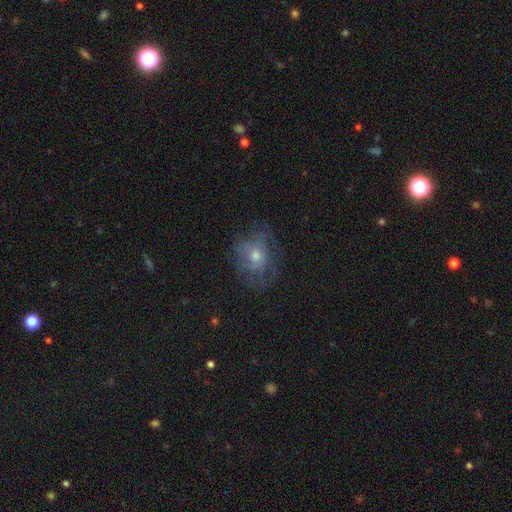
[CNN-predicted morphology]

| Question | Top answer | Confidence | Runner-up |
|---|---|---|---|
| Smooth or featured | featured or disk | 47% | smooth (38%) |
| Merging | none | 62% | minor disturbance (21%) |